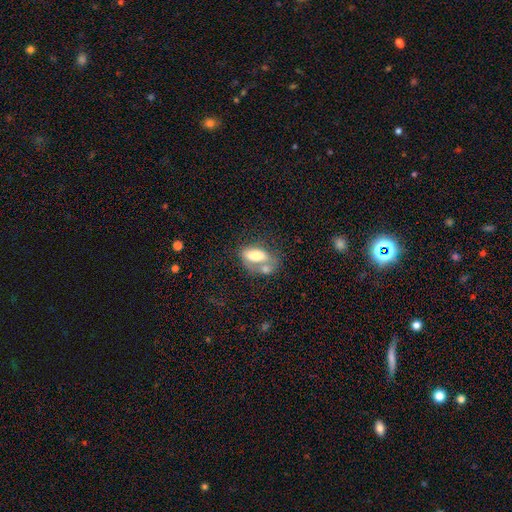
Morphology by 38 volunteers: type=smooth (68%); roundness=in between (88%); merging=merger (45%).